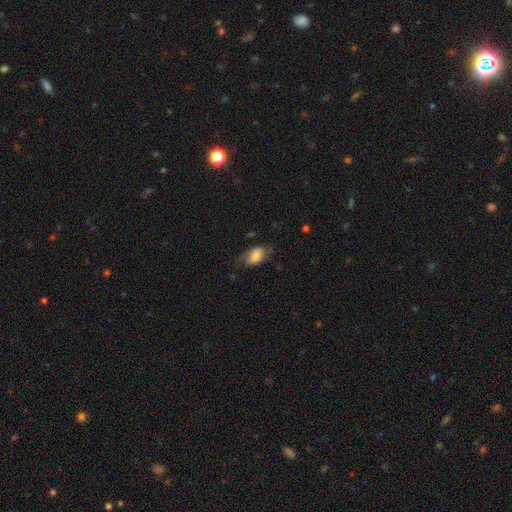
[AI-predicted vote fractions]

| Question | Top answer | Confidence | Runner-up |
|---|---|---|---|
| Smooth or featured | smooth | 70% | featured or disk (22%) |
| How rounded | in between | 89% | round (9%) |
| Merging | none | 52% | minor disturbance (28%) |